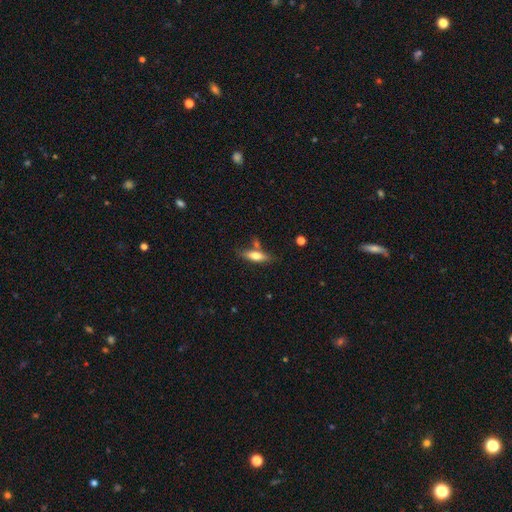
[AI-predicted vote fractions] Q: Smooth or featured?
A: smooth (63%); runner-up: featured or disk (30%)
Q: How rounded?
A: cigar-shaped (51%); runner-up: in between (47%)
Q: Merging?
A: none (68%); runner-up: minor disturbance (15%)